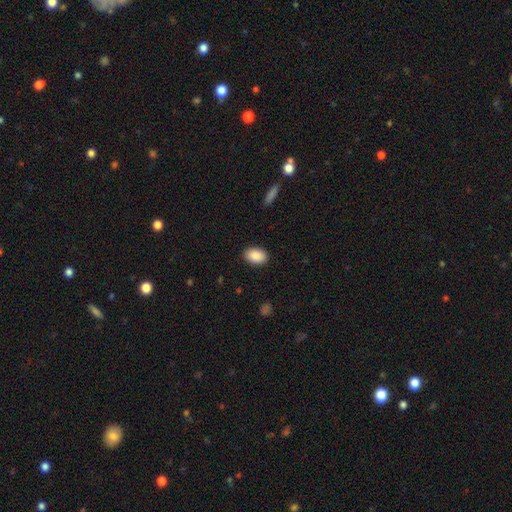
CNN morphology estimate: This appears to be a smooth galaxy with no disk features (88%) that is in between round and cigar-shaped (88%). Merging: none (90%).